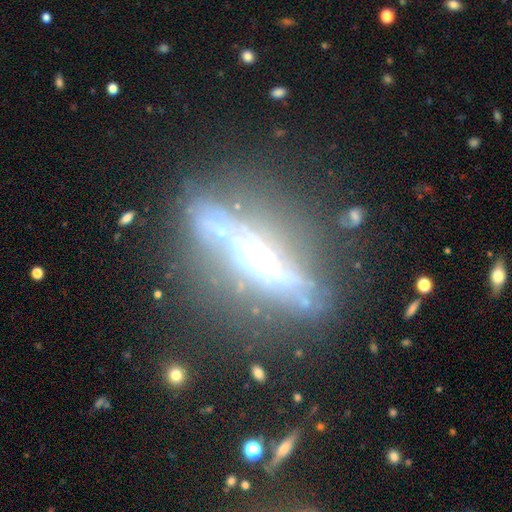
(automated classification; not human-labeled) smooth_or_featured: featured or disk (p=0.74) [alt: smooth p=0.14]
disk_edge_on: yes (p=0.68) [alt: no p=0.32]
merging: none (p=0.63) [alt: minor disturbance p=0.17]